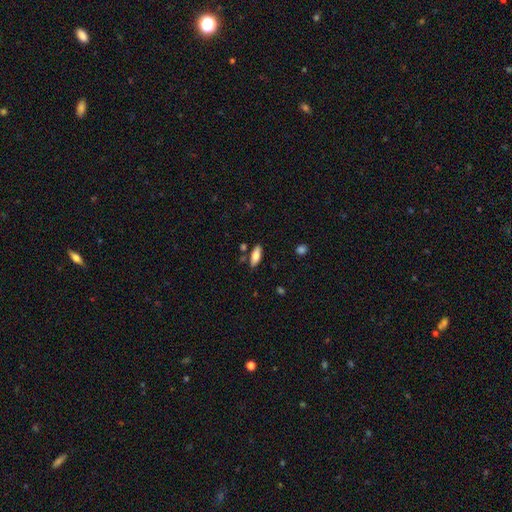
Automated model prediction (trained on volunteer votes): A smooth galaxy with no disk features (78%) that is in between round and cigar-shaped (74%). Merging: none (81%).